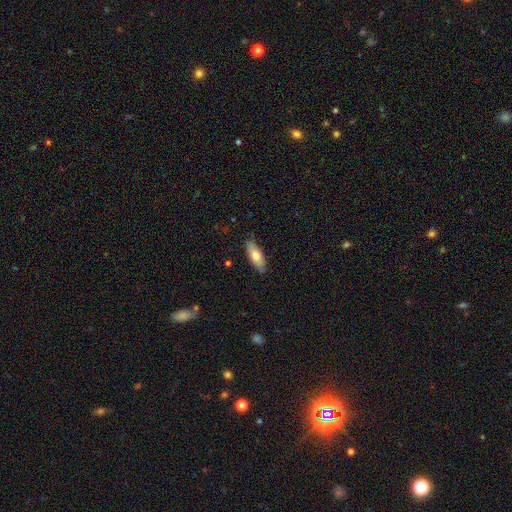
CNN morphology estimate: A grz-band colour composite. It shows a smooth galaxy with no disk features (70%) that is in between round and cigar-shaped (65%). Merging: none (85%).